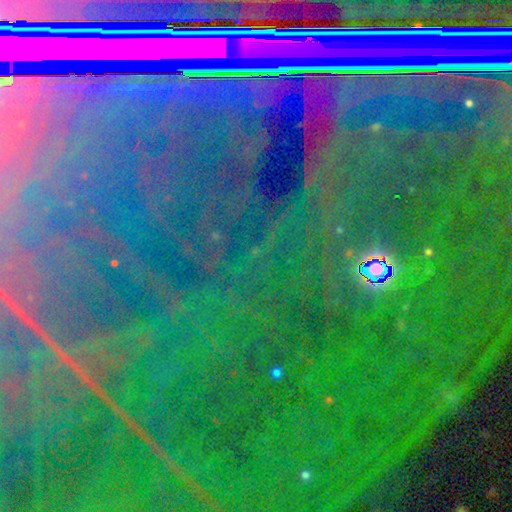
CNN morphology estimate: A star or artifact, not a galaxy (88%).